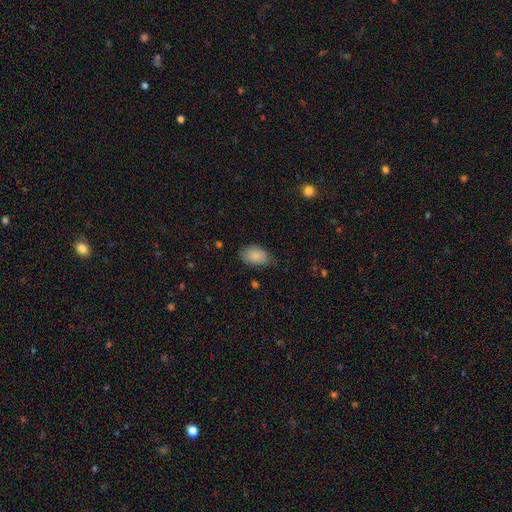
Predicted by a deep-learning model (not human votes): This is clearly a smooth galaxy (87%). How rounded: clearly in between (90%). Merging: likely none (69%).